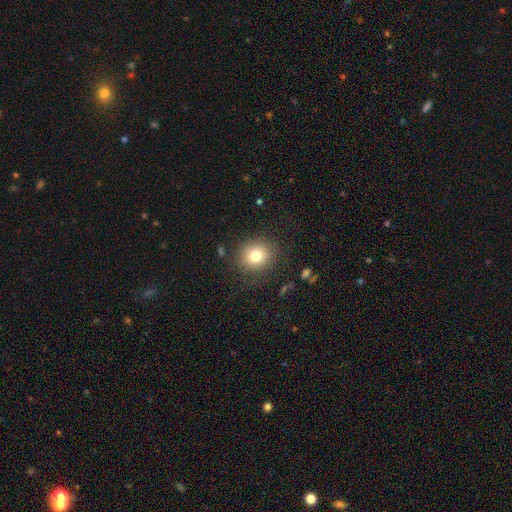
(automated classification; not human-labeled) smooth_or_featured: smooth (p=0.79) [alt: star or artifact p=0.12]
how_rounded: round (p=0.77) [alt: in between p=0.22]
merging: none (p=0.85) [alt: minor disturbance p=0.10]